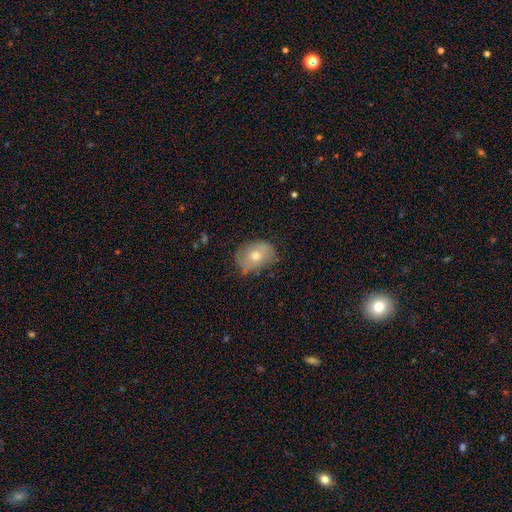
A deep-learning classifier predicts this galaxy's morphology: type=smooth (64%); roundness=in between (69%); merging=none (63%).